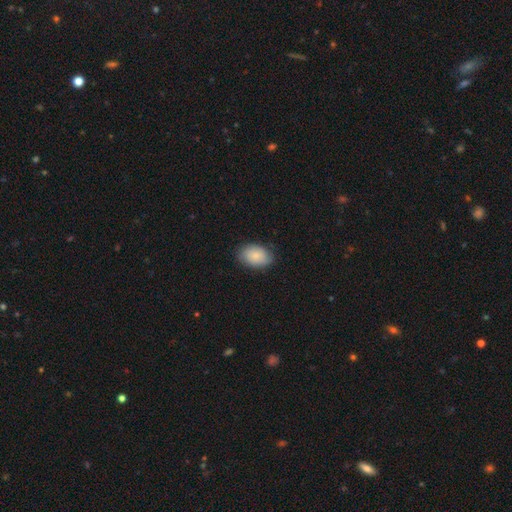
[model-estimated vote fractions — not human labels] A smooth galaxy with no disk features (83%) that is in between round and cigar-shaped (86%). Merging: none (82%).